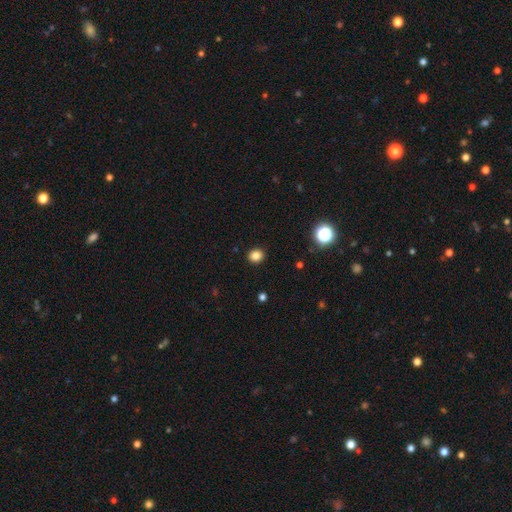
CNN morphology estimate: The model was most divided on "how rounded": round: 77%, in between: 22%, cigar-shaped: 1%. More confident: merging — none (91%); smooth or featured — smooth (84%).